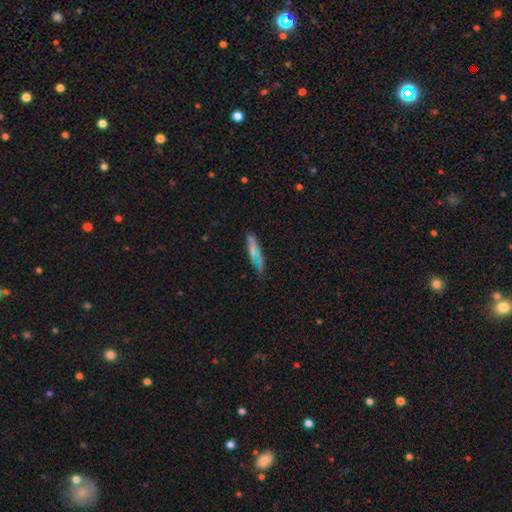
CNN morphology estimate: Smooth or featured? smooth (58%)
How rounded? cigar-shaped (70%)
Merging? none (75%)